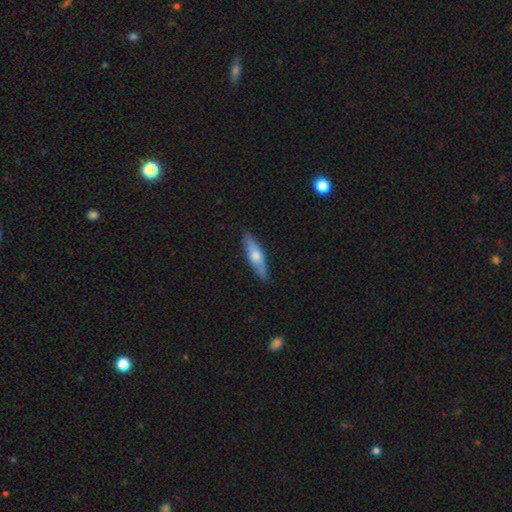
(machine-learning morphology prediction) A smooth galaxy with no disk features (53%) that is cigar-shaped (70%). Merging: none (88%).